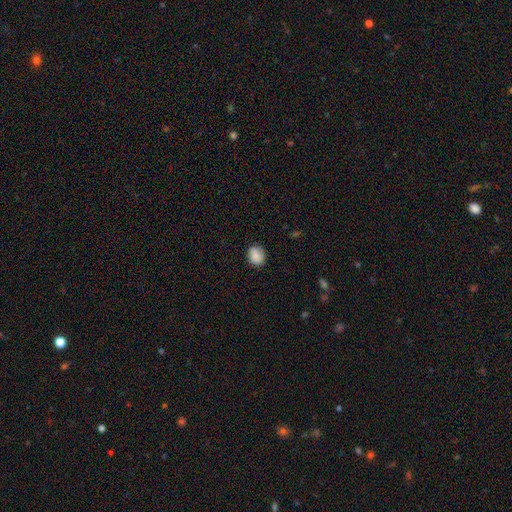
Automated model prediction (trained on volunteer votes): A smooth galaxy with no disk features (85%) that is round (61%).

Vote fractions:
- Smooth or featured? smooth: 85% / star or artifact: 8% / featured or disk: 7%
- How rounded? round: 61% / in between: 38% / cigar-shaped: 1%
- Merging? none: 79% / minor disturbance: 16% / major disturbance: 3% / merger: 1%